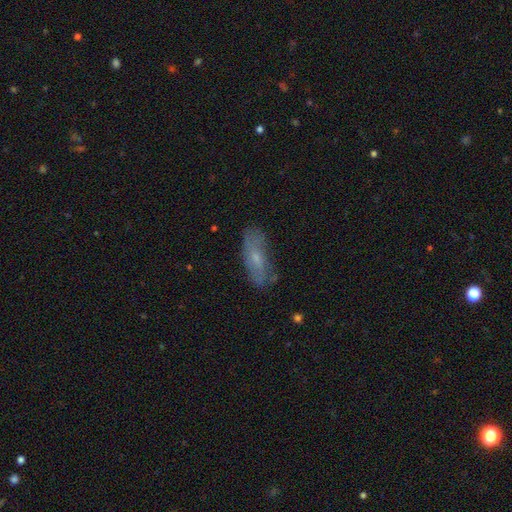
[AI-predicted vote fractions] This appears to be a smooth galaxy with no disk features (48%). Merging: none (72%).